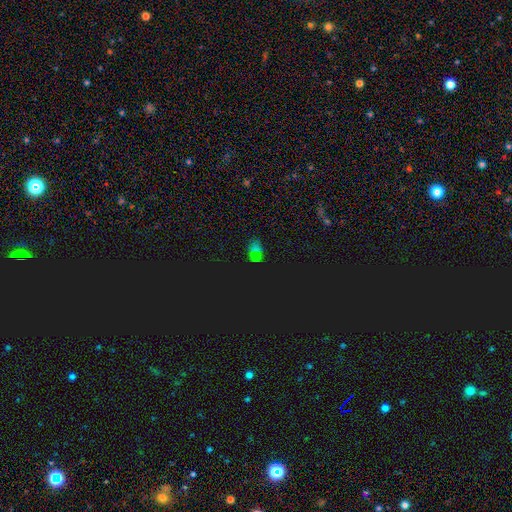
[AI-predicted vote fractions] Smooth or featured? star or artifact (61%)